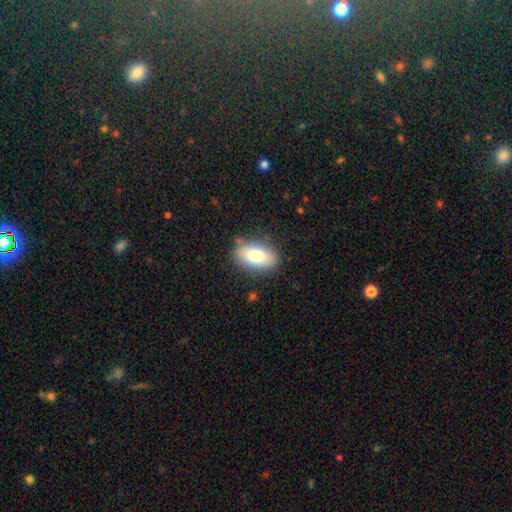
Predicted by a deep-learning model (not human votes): Q: Smooth or featured?
A: smooth (78%); runner-up: featured or disk (15%)
Q: How rounded?
A: in between (91%); runner-up: round (6%)
Q: Merging?
A: none (83%); runner-up: minor disturbance (12%)